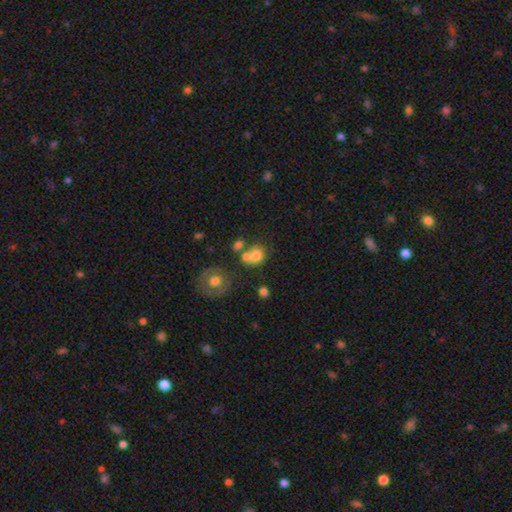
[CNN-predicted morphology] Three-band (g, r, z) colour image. It shows a smooth galaxy with no disk features (70%) that is round (74%). Merging: merger (42%).